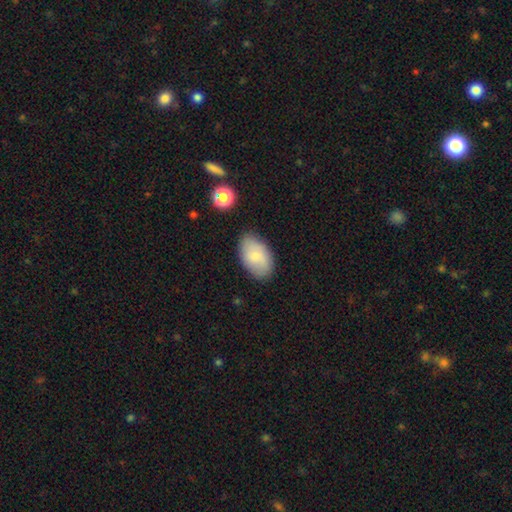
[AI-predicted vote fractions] smooth_or_featured: smooth (p=0.76) [alt: featured or disk p=0.17]
how_rounded: in between (p=0.93) [alt: round p=0.06]
merging: none (p=0.80) [alt: minor disturbance p=0.15]